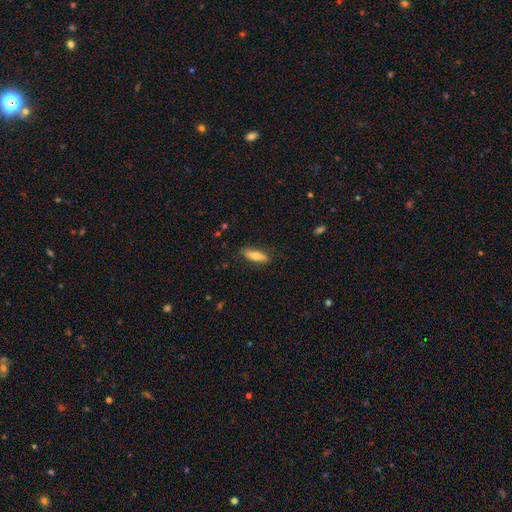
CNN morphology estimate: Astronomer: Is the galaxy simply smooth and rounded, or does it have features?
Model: smooth — 68%.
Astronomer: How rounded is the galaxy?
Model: cigar-shaped — 53% (runner-up: in between, 45%).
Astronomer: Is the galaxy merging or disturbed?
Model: none — 83%.